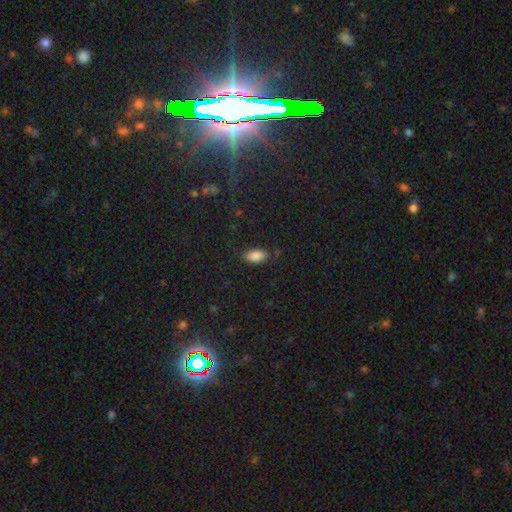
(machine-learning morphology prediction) This is clearly a smooth galaxy (85%). How rounded: clearly in between (92%). Merging: likely none (79%).